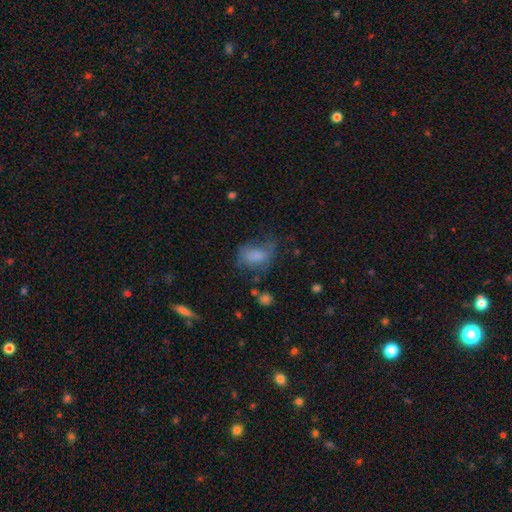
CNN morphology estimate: A smooth galaxy with no disk features (68%) that is in between round and cigar-shaped (83%).

Vote fractions:
- Smooth or featured? smooth: 68% / featured or disk: 20% / star or artifact: 11%
- How rounded? in between: 83% / round: 14% / cigar-shaped: 3%
- Merging? none: 35% / major disturbance: 32% / minor disturbance: 29% / merger: 4%